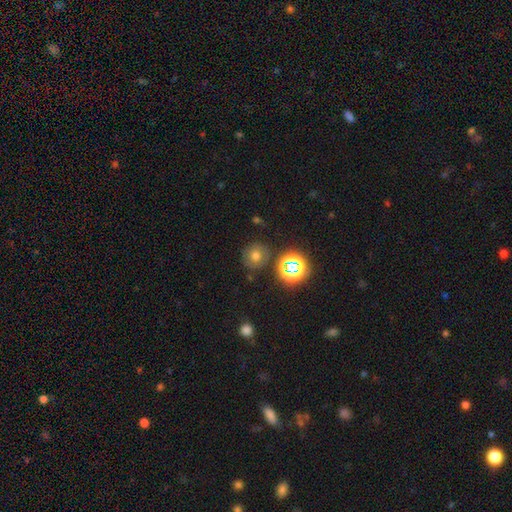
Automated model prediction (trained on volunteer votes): Smooth or featured? Predicted: smooth (p=0.64). How rounded? Predicted: round (p=0.86). Merging? Predicted: none (p=0.81).